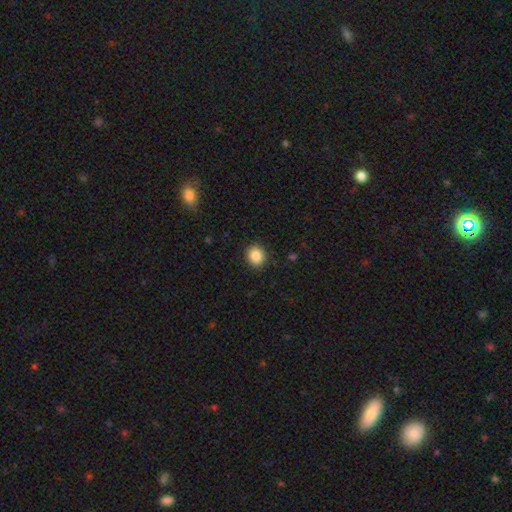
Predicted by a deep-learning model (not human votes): This appears to be a smooth galaxy with no disk features (87%) that is round (80%). Merging: none (90%).